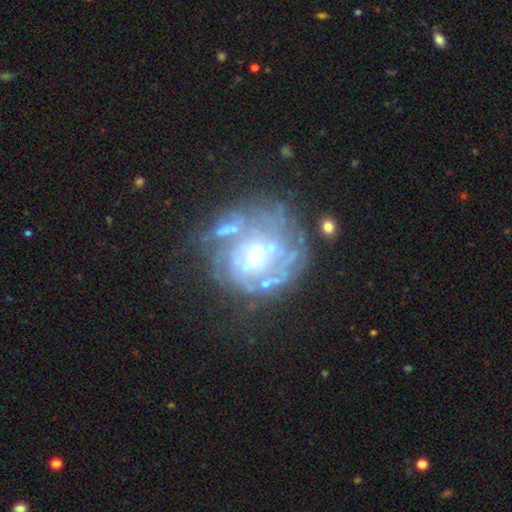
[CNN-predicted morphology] Smooth or featured? Predicted: featured or disk (p=0.77). Edge-on disk? Predicted: no (p=0.97). Bar? Predicted: no (p=0.63). Spiral arms? Predicted: yes (p=0.71). Spiral winding? Predicted: tight (p=0.63). Spiral arm count? Predicted: can't tell (p=0.57). Bulge size? Predicted: moderate (p=0.47). Merging? Predicted: none (p=0.54).